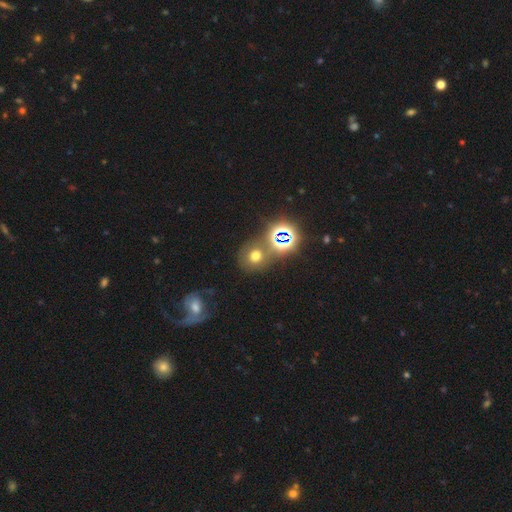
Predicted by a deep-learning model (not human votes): Smooth or featured? Predicted: smooth (p=0.55). How rounded? Predicted: round (p=0.82). Merging? Predicted: none (p=0.64).